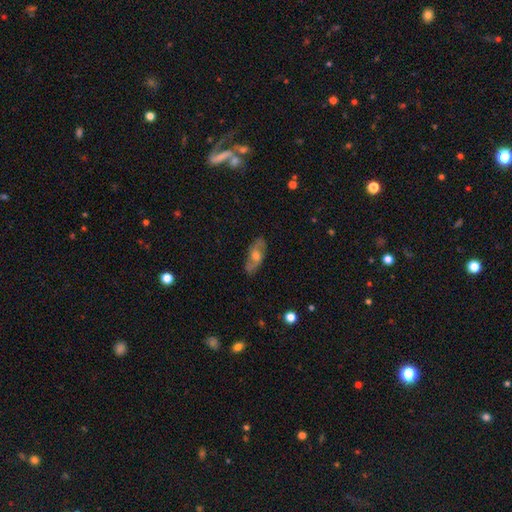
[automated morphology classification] A featured or disk galaxy (56%). Merging: none (81%).